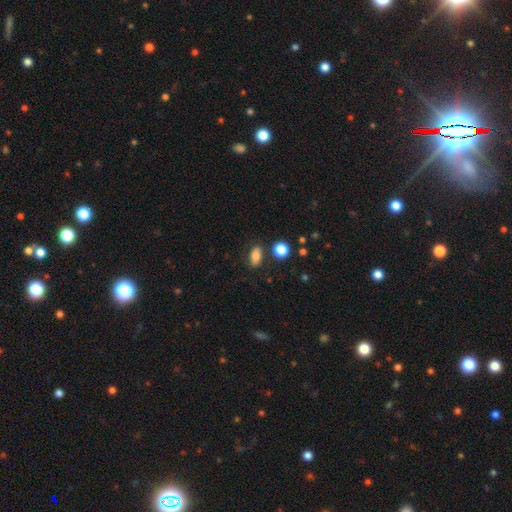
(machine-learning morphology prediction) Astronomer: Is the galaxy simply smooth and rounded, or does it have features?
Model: smooth — 80%.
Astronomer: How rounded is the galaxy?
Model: in between — 81%.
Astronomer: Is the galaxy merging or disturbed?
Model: none — 79%.